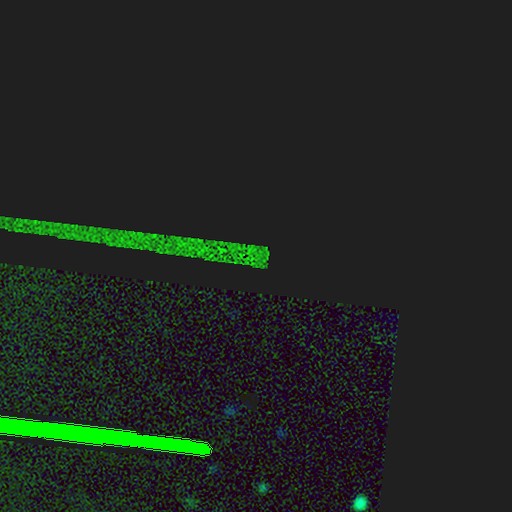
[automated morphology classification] smooth-or-featured: star or artifact: 85% | smooth: 8% | featured or disk: 7%